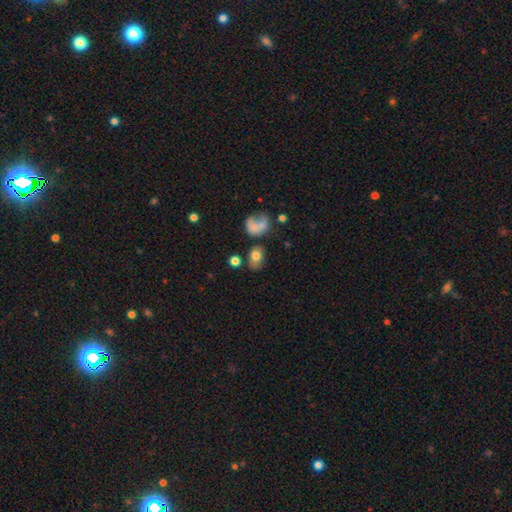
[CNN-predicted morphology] This appears to be a smooth galaxy with no disk features (75%) that is in between round and cigar-shaped (68%). Merging: none (51%).